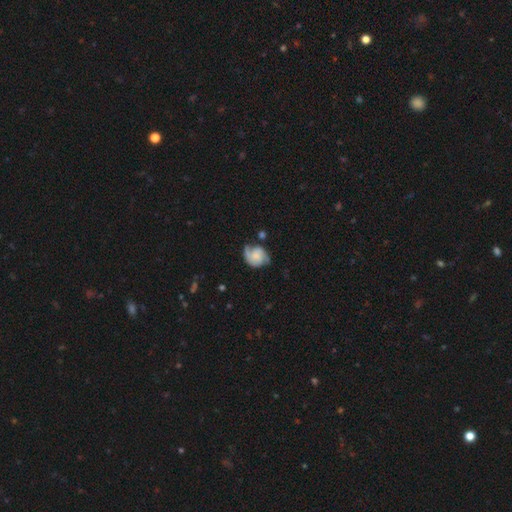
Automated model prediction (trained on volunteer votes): This is likely a featured or disk galaxy (67%). It is clearly not viewed edge-on (98%). Bar: likely no (66%). Spiral arm pattern: clearly yes (93%). Spiral arm count: likely 2 (72%). Spiral winding: marginally medium (42%). Central bulge: marginally none (44%). Merging: possibly none (56%).